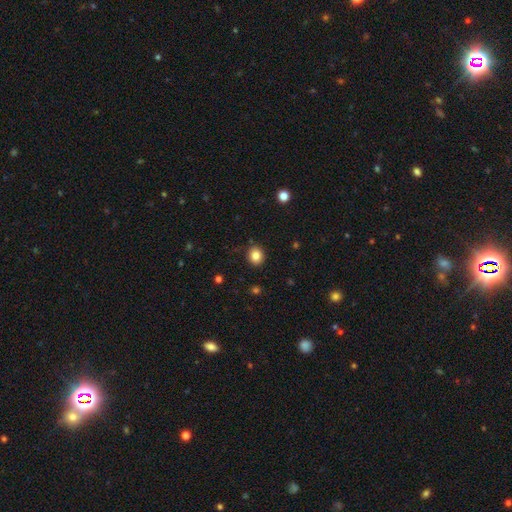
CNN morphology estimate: Smooth or featured? smooth (84%)
How rounded? round (76%)
Merging? none (89%)